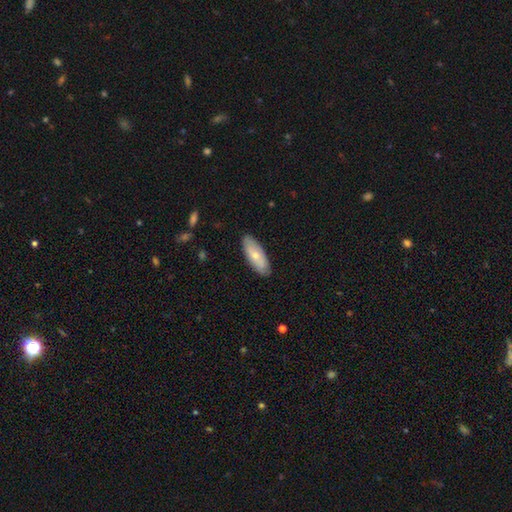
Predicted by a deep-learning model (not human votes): smooth-or-featured: smooth: 67% | featured or disk: 28% | star or artifact: 5%
  how-rounded: in between: 72% | cigar-shaped: 26% | round: 2%
  merging: none: 85% | minor disturbance: 11% | major disturbance: 2% | merger: 1%